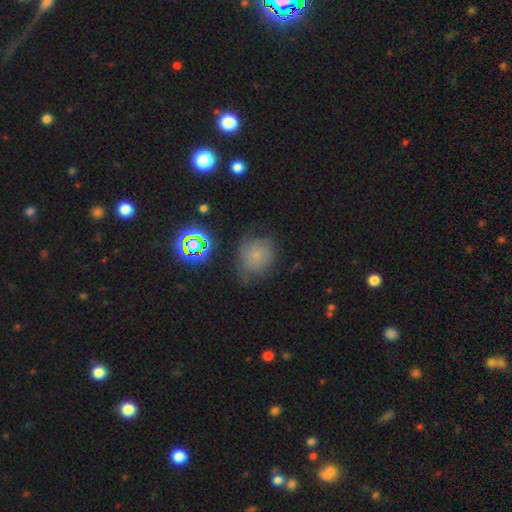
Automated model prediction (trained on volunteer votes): Q: Smooth or featured?
A: smooth (64%); runner-up: star or artifact (20%)
Q: How rounded?
A: round (72%); runner-up: in between (27%)
Q: Merging?
A: none (57%); runner-up: minor disturbance (28%)